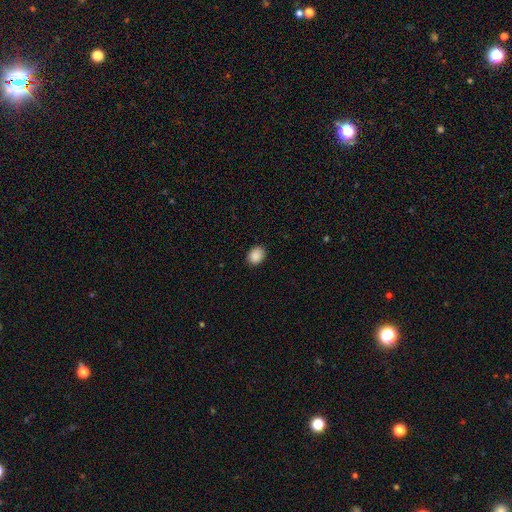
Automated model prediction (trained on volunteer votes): smooth 89%, star or artifact 8%, featured or disk 3%. Down the decision tree: how rounded — in between (52%); merging — none (89%).